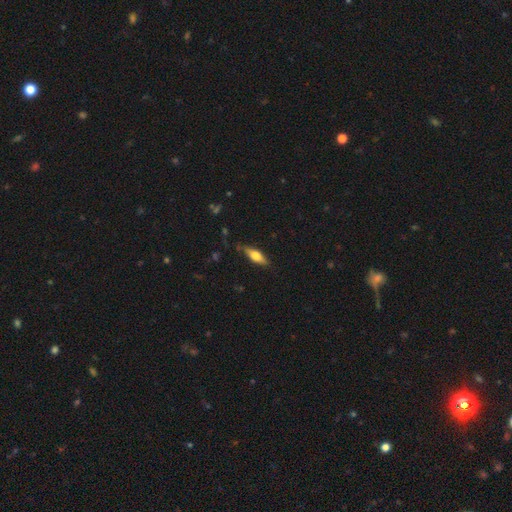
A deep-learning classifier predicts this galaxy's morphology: Smooth or featured?
  - smooth: 57% *
  - featured or disk: 36%
  - star or artifact: 7%
How rounded?
  - in between: 59% *
  - cigar-shaped: 39%
  - round: 3%
Merging?
  - none: 80% *
  - minor disturbance: 15%
  - major disturbance: 3%
  - merger: 2%